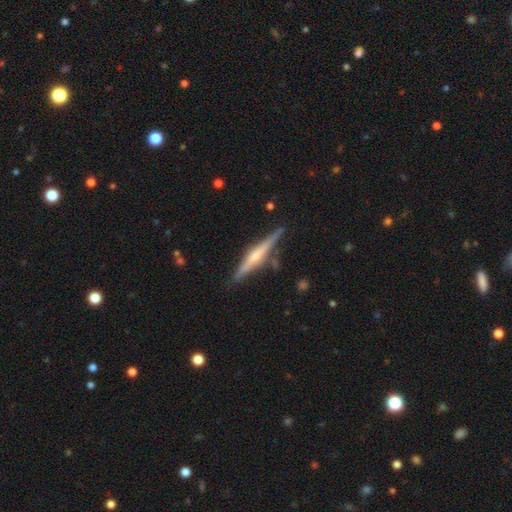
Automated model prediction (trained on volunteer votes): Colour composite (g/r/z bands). It shows a featured or disk galaxy (72%) viewed edge-on (97%) with a rounded central bulge (73%). Merging: none (84%).